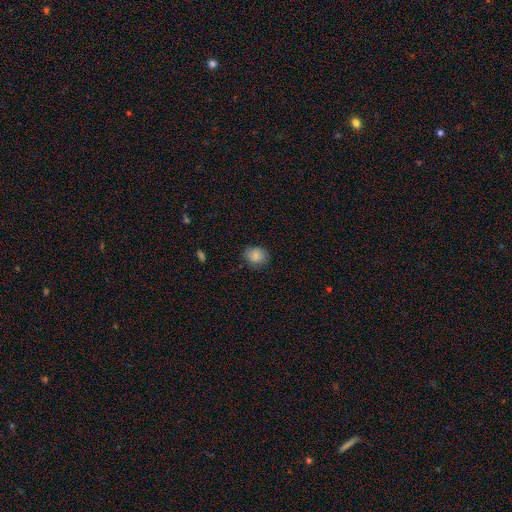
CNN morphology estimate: This appears to be a smooth galaxy with no disk features (85%) that is round (60%). Merging: none (81%).